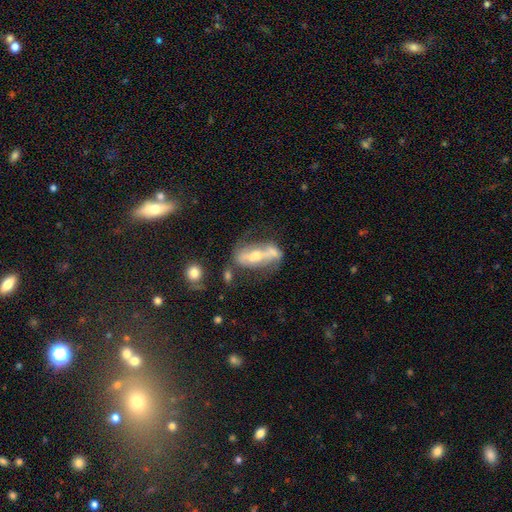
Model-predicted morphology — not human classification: Overall: featured or disk (70%). Edge-on disk: no (76%). Bar: strong (48%; no 31%). Spiral arms: yes (59%; no 41%). Bulge size: moderate (58%; small 34%). Merging: none (42%; merger 23%).